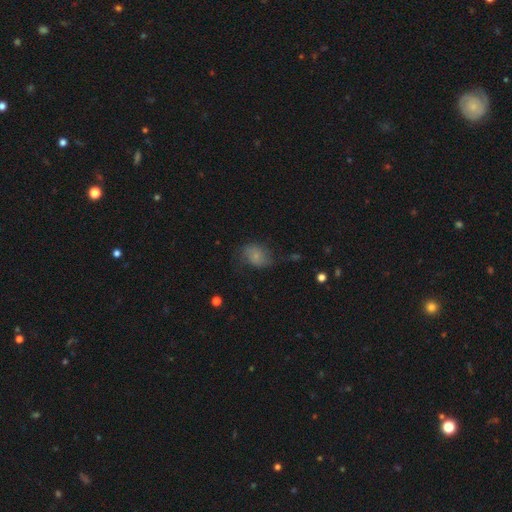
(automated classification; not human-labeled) This appears to be a smooth galaxy with no disk features (63%) that is in between round and cigar-shaped (69%). Merging: none (52%).